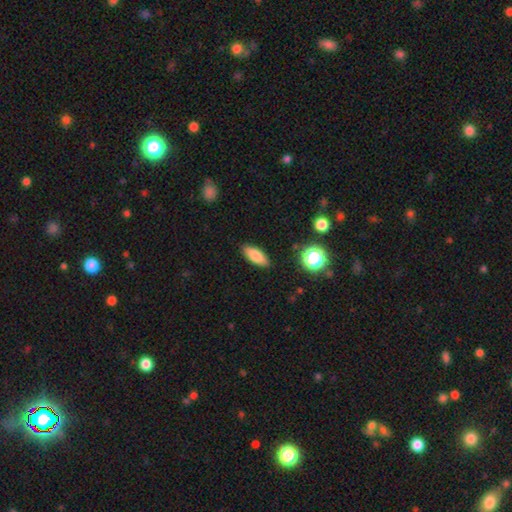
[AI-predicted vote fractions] Overall: smooth (82%). How rounded: in between (74%). Merging: none (88%).